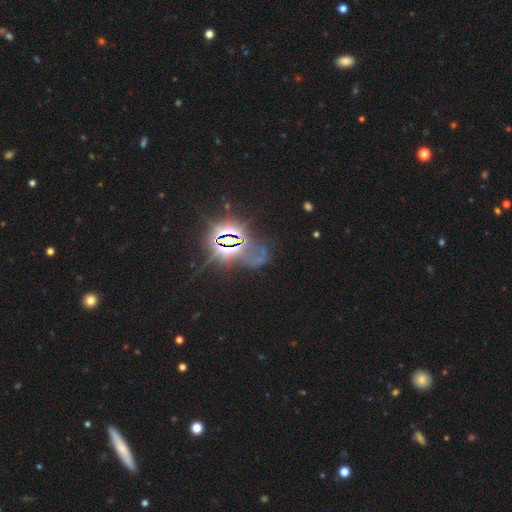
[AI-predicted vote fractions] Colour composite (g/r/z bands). It shows a star or artifact, not a galaxy (77%).